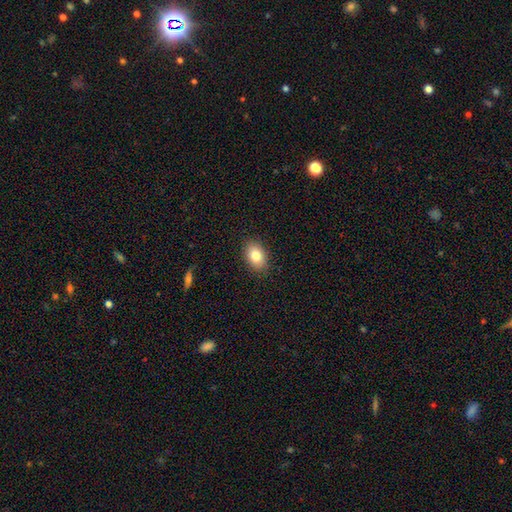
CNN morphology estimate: smooth-or-featured: smooth: 82% | featured or disk: 9% | star or artifact: 8%
  how-rounded: in between: 84% | round: 15% | cigar-shaped: 1%
  merging: none: 88% | minor disturbance: 8% | major disturbance: 2% | merger: 1%